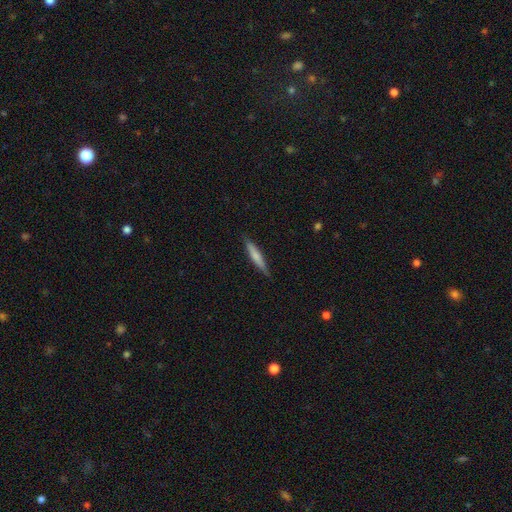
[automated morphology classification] Q: Smooth or featured?
A: smooth (63%); runner-up: featured or disk (31%)
Q: How rounded?
A: cigar-shaped (92%); runner-up: in between (7%)
Q: Merging?
A: none (87%); runner-up: minor disturbance (10%)